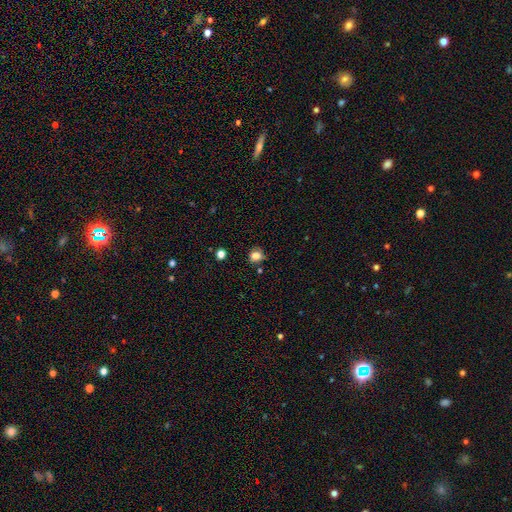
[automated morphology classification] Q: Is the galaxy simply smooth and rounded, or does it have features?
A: smooth — 80%.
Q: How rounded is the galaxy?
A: round — 69%.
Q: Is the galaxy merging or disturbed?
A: none — 73%.